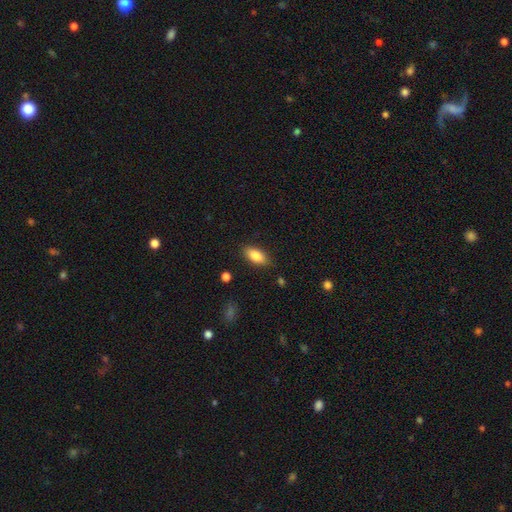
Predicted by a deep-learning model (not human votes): Smooth or featured: smooth — 83% (featured or disk — 10%)
How rounded: in between — 87% (cigar-shaped — 11%)
Merging: none — 85% (minor disturbance — 11%)